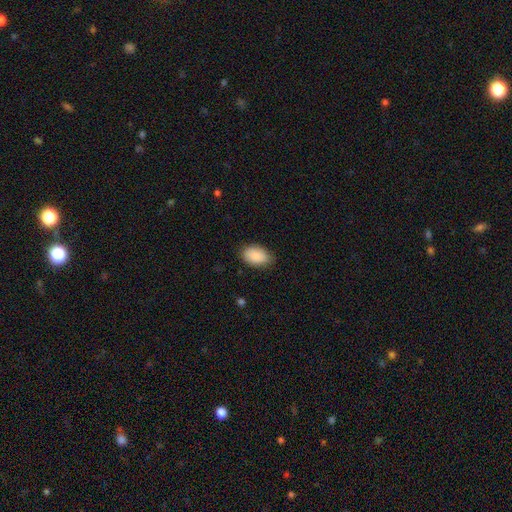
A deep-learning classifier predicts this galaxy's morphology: smooth_or_featured: smooth (p=0.89) [alt: star or artifact p=0.06]
how_rounded: in between (p=0.92) [alt: round p=0.07]
merging: none (p=0.82) [alt: minor disturbance p=0.15]